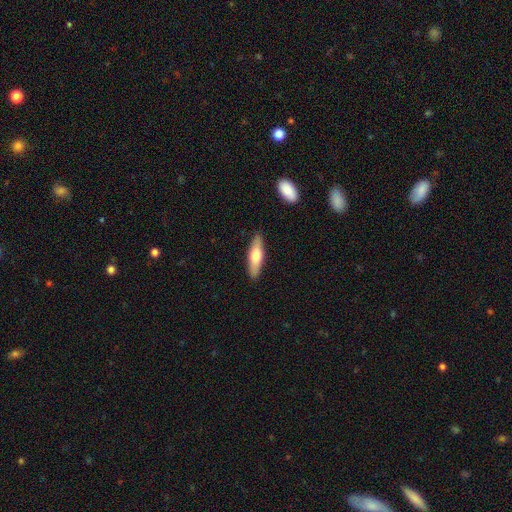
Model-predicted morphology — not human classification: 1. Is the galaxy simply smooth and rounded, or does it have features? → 61% smooth, 33% featured or disk, 5% star or artifact.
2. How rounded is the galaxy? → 58% cigar-shaped, 40% in between, 2% round.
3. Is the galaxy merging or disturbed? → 88% none, 9% minor disturbance, 2% major disturbance, 1% merger.